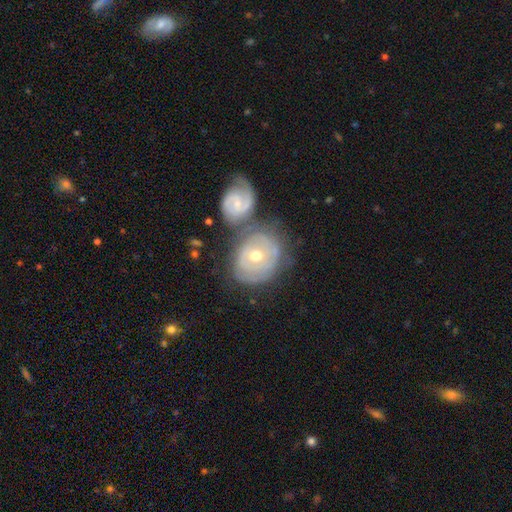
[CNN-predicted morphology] Q: Smooth or featured?
A: featured or disk (67%); runner-up: smooth (27%)
Q: Edge-on disk?
A: no (96%); runner-up: yes (4%)
Q: Bar?
A: no (74%); runner-up: weak (20%)
Q: Spiral arms?
A: yes (75%); runner-up: no (25%)
Q: Bulge size?
A: moderate (61%); runner-up: small (34%)
Q: Merging?
A: none (44%); runner-up: merger (33%)